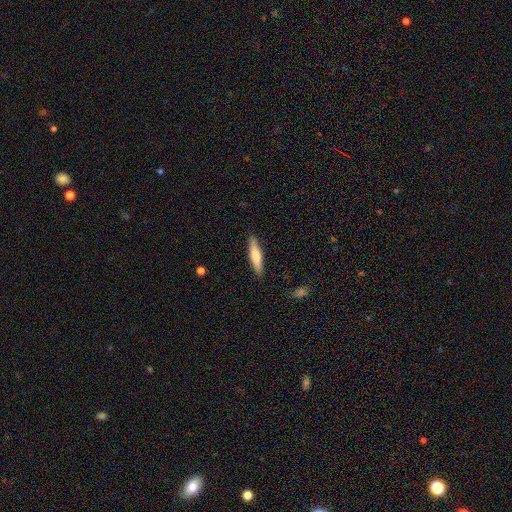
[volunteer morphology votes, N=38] Smooth or featured: smooth — 76% (featured or disk — 21%)
How rounded: cigar-shaped — 86% (in between — 14%)
Merging: none — 95% (minor disturbance — 3%)